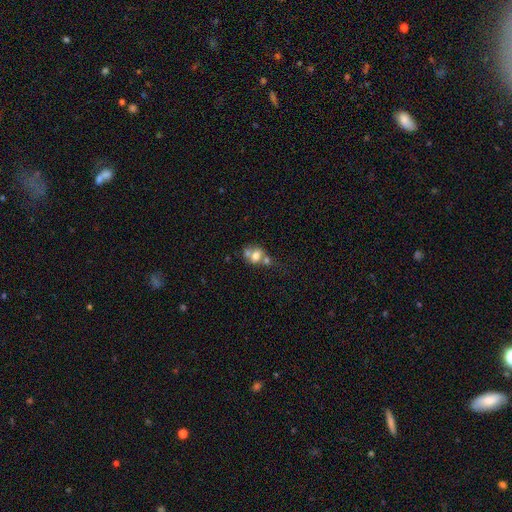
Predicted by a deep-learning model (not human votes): smooth 64%, featured or disk 25%, star or artifact 12%. Down the decision tree: how rounded — round (54%); merging — merger (56%).